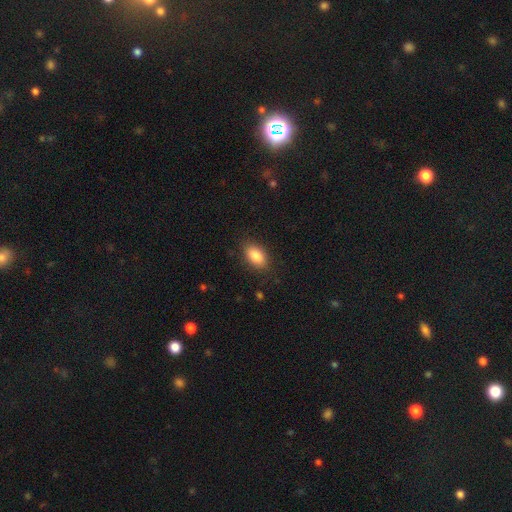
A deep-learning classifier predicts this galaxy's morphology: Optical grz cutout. It shows a smooth galaxy with no disk features (86%) that is in between round and cigar-shaped (90%). Merging: none (85%).